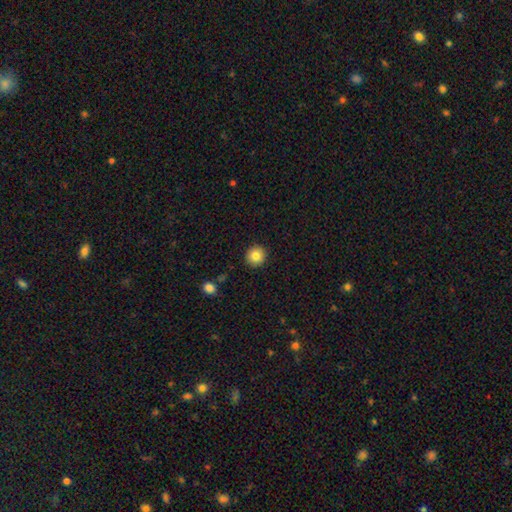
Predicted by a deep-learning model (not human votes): Smooth or featured?
  - smooth: 83% *
  - star or artifact: 10%
  - featured or disk: 8%
How rounded?
  - round: 94% *
  - in between: 5%
  - cigar-shaped: 1%
Merging?
  - none: 92% *
  - minor disturbance: 5%
  - major disturbance: 2%
  - merger: 1%